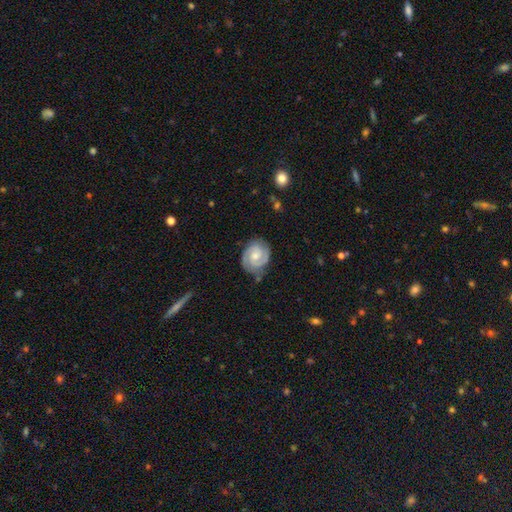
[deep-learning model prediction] Morphology: type=featured or disk (84%); edge-on=no (98%); bar=no (52%); spiral arms=yes (97%); winding=tight (60%); arm count=2 (84%); bulge=moderate (49%); merging=none (77%).